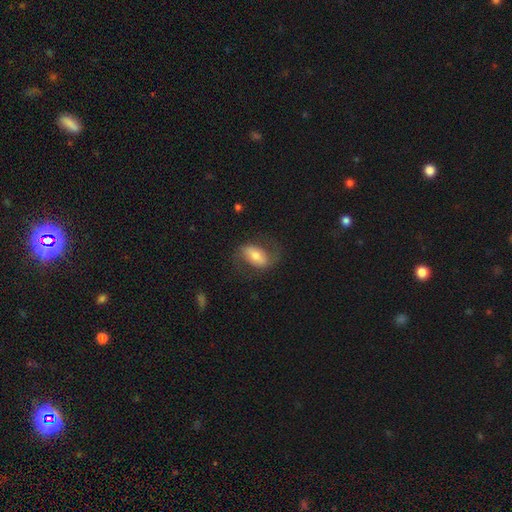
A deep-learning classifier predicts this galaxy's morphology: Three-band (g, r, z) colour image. It shows a featured or disk galaxy (53%). Merging: none (66%).